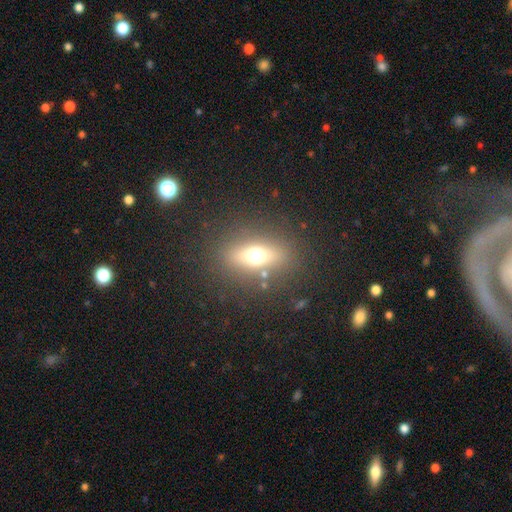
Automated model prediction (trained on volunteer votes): smooth-or-featured: smooth: 52% | featured or disk: 29% | star or artifact: 18%
  how-rounded: in between: 59% | round: 30% | cigar-shaped: 11%
  merging: none: 83% | minor disturbance: 9% | major disturbance: 6% | merger: 2%